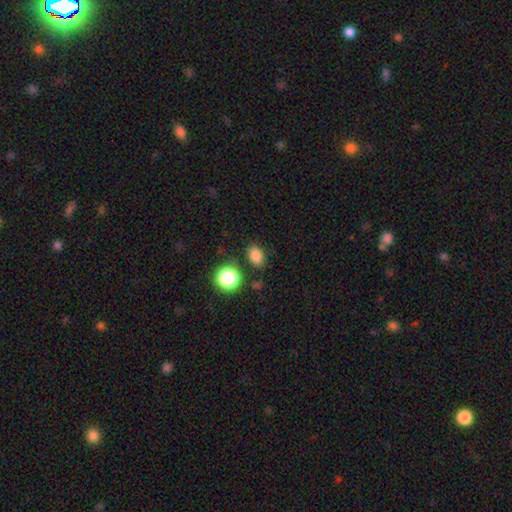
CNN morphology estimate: This appears to be a smooth galaxy with no disk features (82%) that is in between round and cigar-shaped (69%). Merging: none (81%).